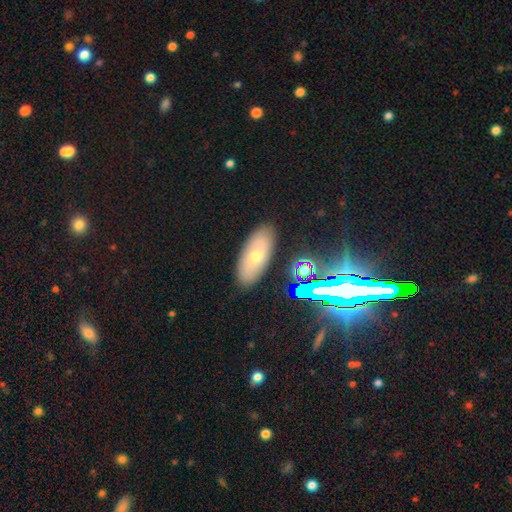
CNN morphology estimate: type=smooth (51%); roundness=in between (87%); merging=none (85%).